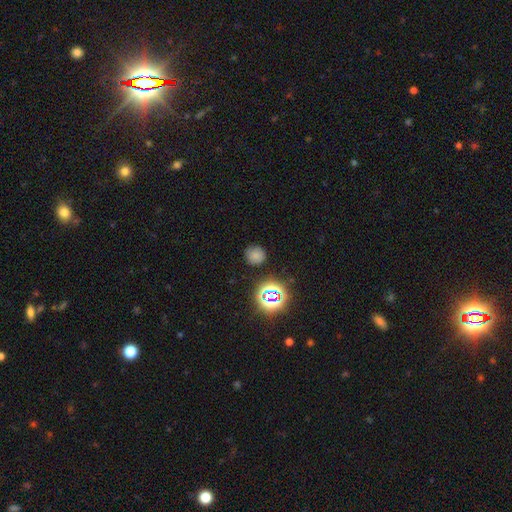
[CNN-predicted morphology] The model was most divided on "smooth or featured": smooth: 67%, star or artifact: 24%, featured or disk: 9%. More confident: how rounded — round (88%); merging — none (80%).